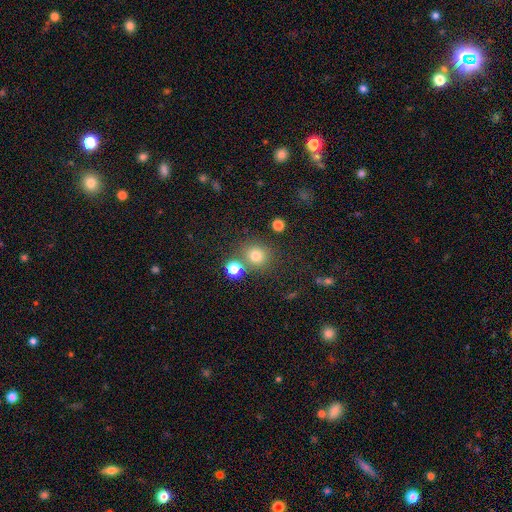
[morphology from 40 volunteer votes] A smooth galaxy with no disk features (75%) that is round (83%). Merging: none (80%).